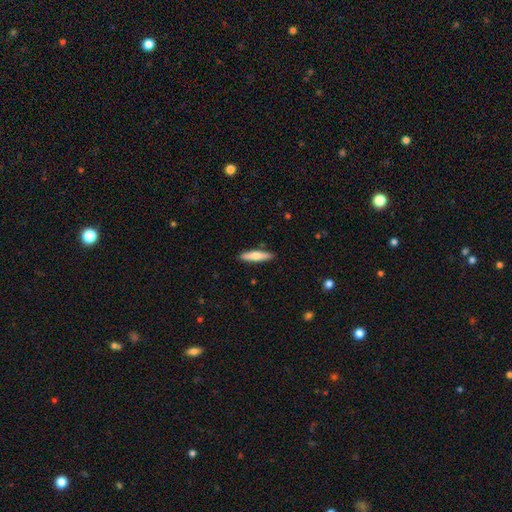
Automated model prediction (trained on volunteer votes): Smooth or featured? Predicted: smooth (p=0.67). How rounded? Predicted: cigar-shaped (p=0.77). Merging? Predicted: none (p=0.90).